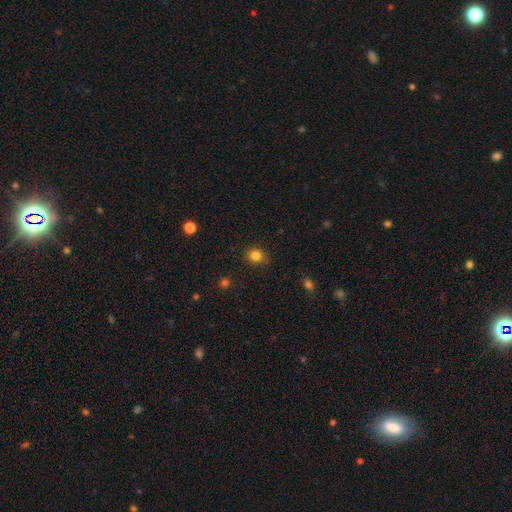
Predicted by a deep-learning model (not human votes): This appears to be a smooth galaxy with no disk features (82%) that is round (66%). Merging: none (85%).